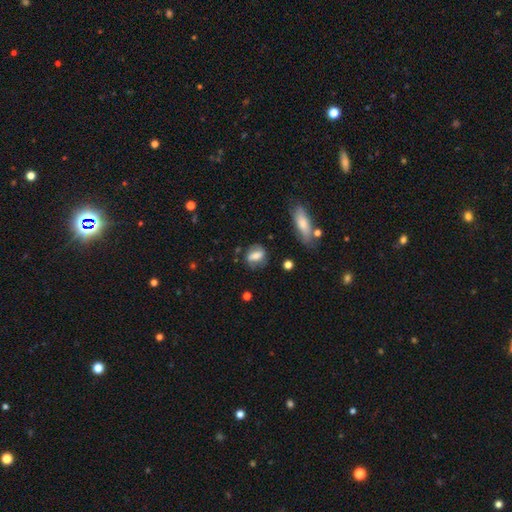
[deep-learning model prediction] smooth-or-featured: smooth: 58% | featured or disk: 33% | star or artifact: 9%
  how-rounded: in between: 65% | round: 27% | cigar-shaped: 7%
  merging: none: 67% | minor disturbance: 21% | major disturbance: 8% | merger: 4%